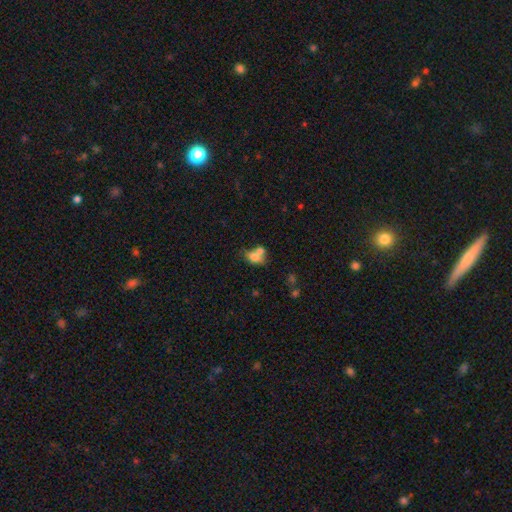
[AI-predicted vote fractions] Overall: smooth (72%). How rounded: in between (72%). Merging: merger (53%; none 29%).